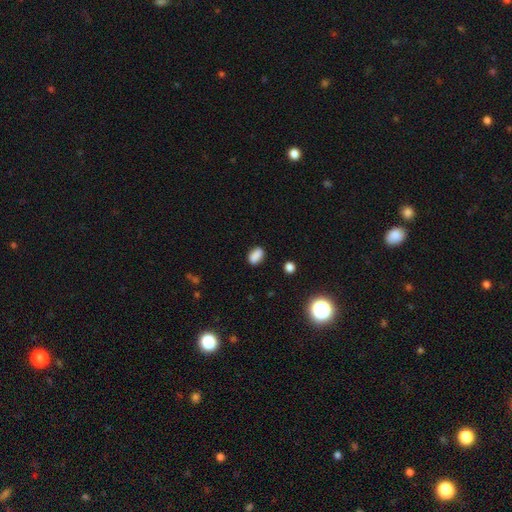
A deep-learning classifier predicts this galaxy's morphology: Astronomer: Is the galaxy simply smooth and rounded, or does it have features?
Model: smooth — 86%.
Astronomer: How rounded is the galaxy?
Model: in between — 85%.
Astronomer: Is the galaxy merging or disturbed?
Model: none — 84%.